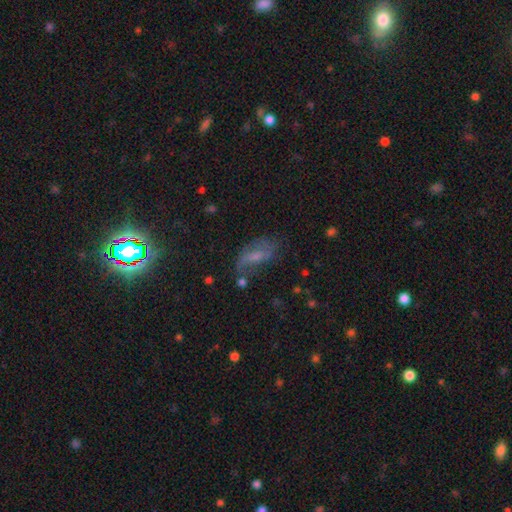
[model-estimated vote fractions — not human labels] featured or disk 46%, smooth 34%, star or artifact 20%. Down the decision tree: merging — none (49%).